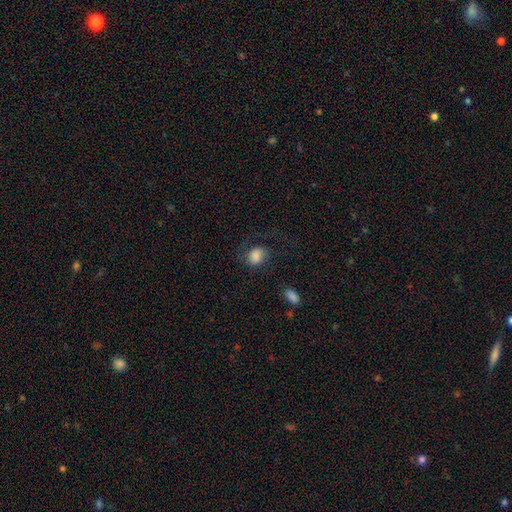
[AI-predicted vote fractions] smooth-or-featured: smooth: 79% | featured or disk: 12% | star or artifact: 9%
  how-rounded: in between: 58% | round: 41% | cigar-shaped: 1%
  merging: none: 55% | minor disturbance: 22% | major disturbance: 20% | merger: 3%